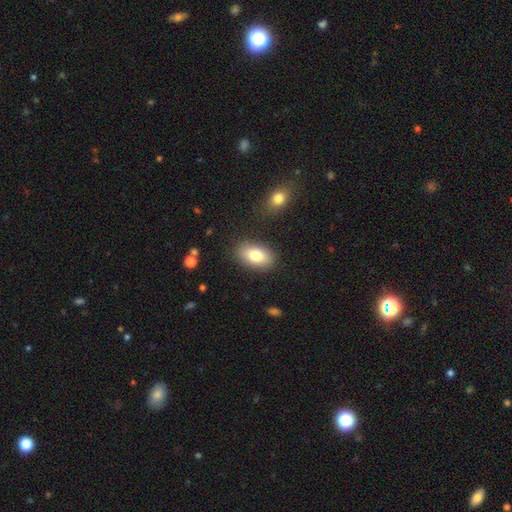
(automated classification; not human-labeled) Smooth or featured: smooth — 80% (featured or disk — 12%)
How rounded: in between — 91% (round — 8%)
Merging: none — 85% (minor disturbance — 10%)